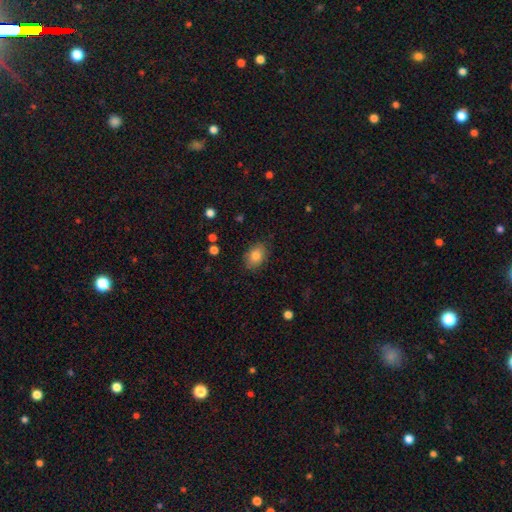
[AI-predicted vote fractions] Morphology: type=smooth (83%); roundness=in between (81%); merging=none (83%).